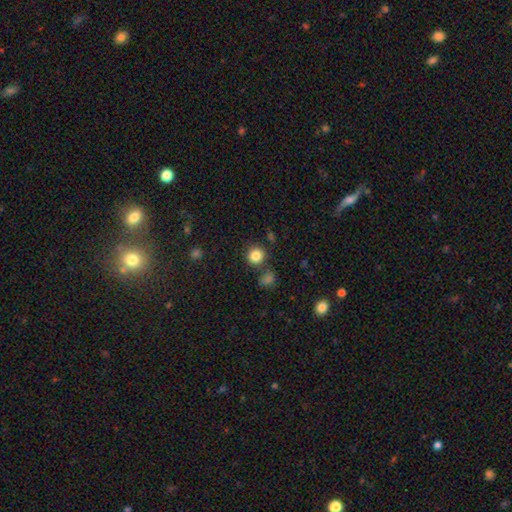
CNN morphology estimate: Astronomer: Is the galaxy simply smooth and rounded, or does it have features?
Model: smooth — 84%.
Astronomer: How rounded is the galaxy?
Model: round — 91%.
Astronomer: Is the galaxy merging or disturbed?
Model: none — 82%.